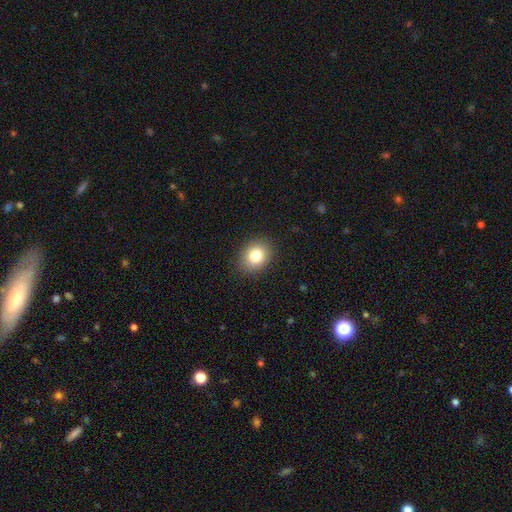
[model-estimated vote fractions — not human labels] Smooth or featured? smooth (83%)
How rounded? in between (51%)
Merging? none (88%)